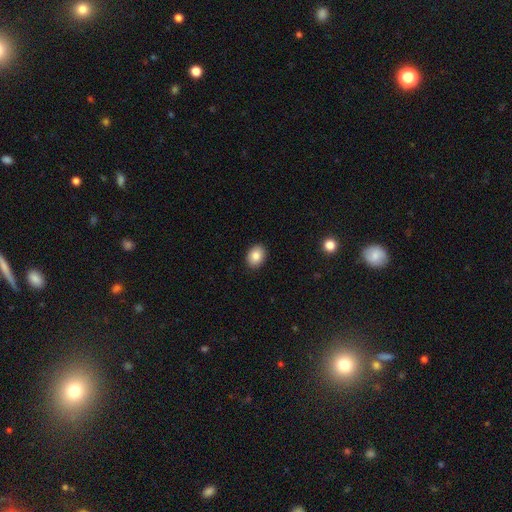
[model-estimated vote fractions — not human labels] smooth 86%, star or artifact 8%, featured or disk 6%. Down the decision tree: how rounded — in between (71%); merging — none (90%).